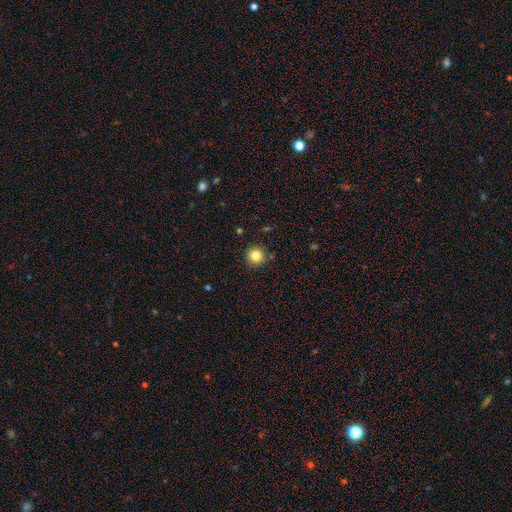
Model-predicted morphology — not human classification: This is clearly a smooth galaxy (83%). How rounded: clearly round (95%). Merging: clearly none (89%).